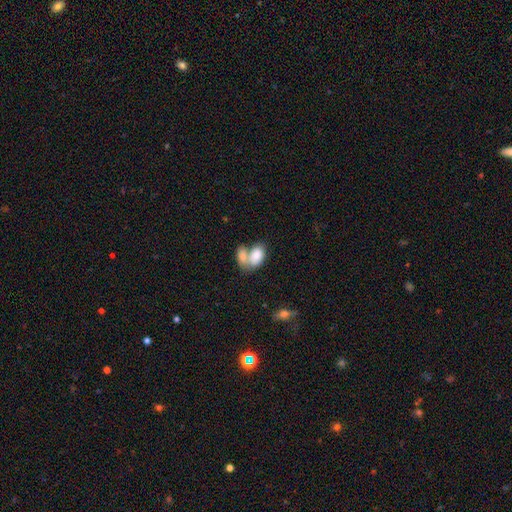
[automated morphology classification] Smooth or featured?
  - smooth: 78% *
  - featured or disk: 15%
  - star or artifact: 7%
How rounded?
  - in between: 89% *
  - round: 10%
  - cigar-shaped: 1%
Merging?
  - merger: 67% *
  - none: 19%
  - minor disturbance: 8%
  - major disturbance: 5%